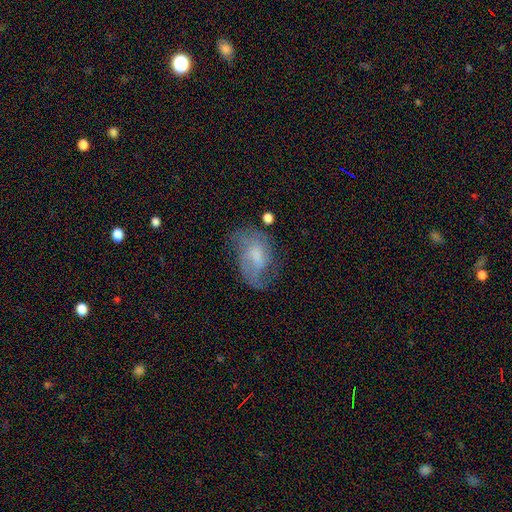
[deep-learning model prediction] This is possibly a featured or disk galaxy (53%). It is clearly not viewed edge-on (96%). Bar: possibly no (54%). Spiral arm pattern: likely yes (69%). Central bulge: marginally moderate (35%). Merging: possibly none (45%).